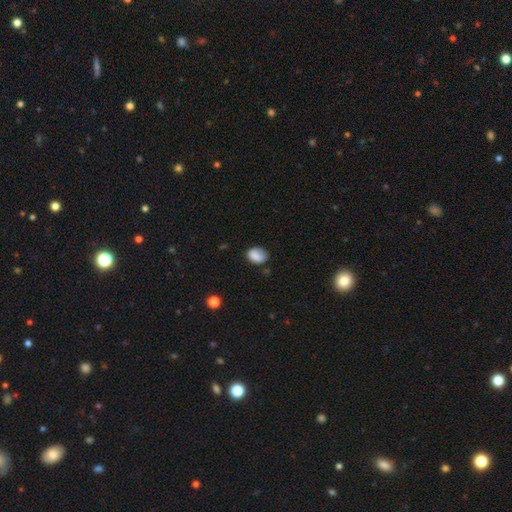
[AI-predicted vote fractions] Overall: smooth (84%). How rounded: in between (68%; round 30%). Merging: none (69%).